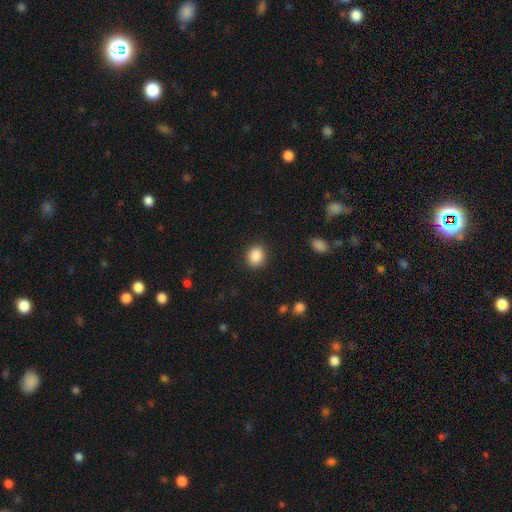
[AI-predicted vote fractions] Smooth or featured? Predicted: smooth (p=0.87). How rounded? Predicted: round (p=0.62). Merging? Predicted: none (p=0.88).